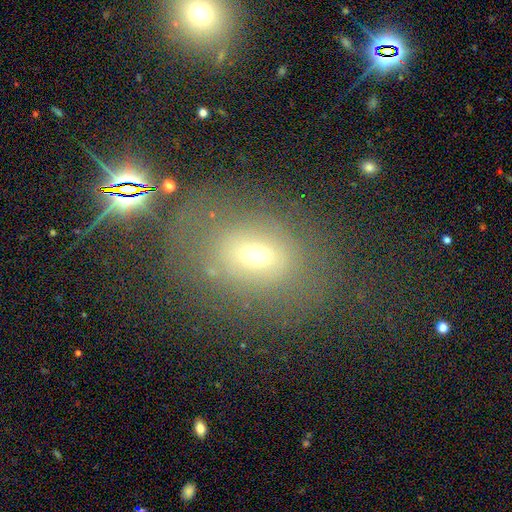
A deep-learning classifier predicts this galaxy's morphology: This is possibly a smooth galaxy (58%). How rounded: possibly in between (57%). Merging: likely none (64%).